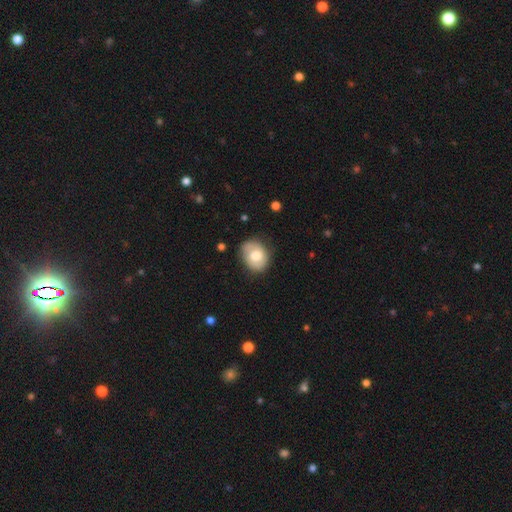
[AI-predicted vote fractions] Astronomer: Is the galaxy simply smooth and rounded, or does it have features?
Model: smooth — 52% (runner-up: featured or disk, 41%).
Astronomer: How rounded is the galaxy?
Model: round — 52% (runner-up: in between, 48%).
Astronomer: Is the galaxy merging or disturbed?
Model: none — 76%.